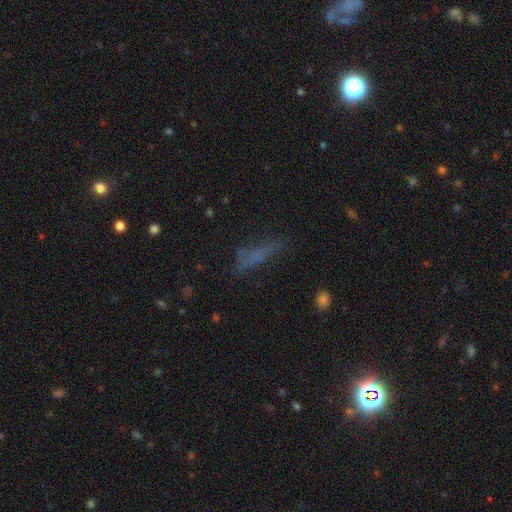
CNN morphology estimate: type=smooth (57%); roundness=cigar-shaped (73%); merging=none (65%).